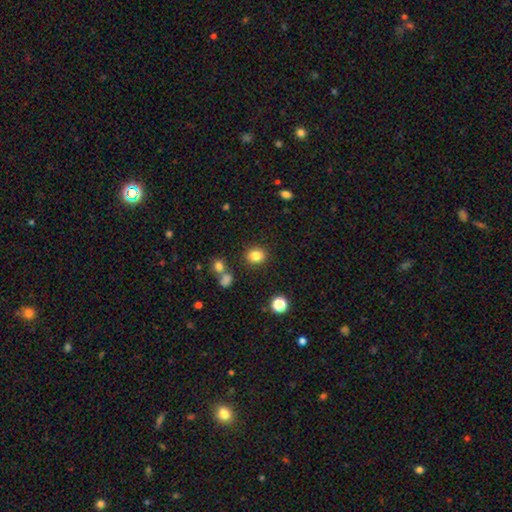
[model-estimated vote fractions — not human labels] smooth 83%, star or artifact 12%, featured or disk 6%. Down the decision tree: how rounded — round (68%); merging — none (85%).